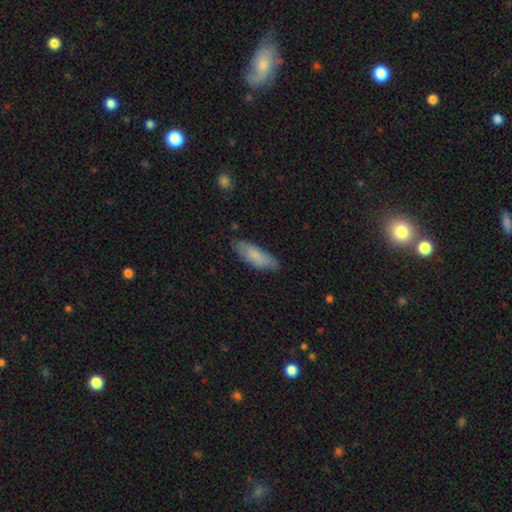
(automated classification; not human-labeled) Smooth or featured?
  - smooth: 78% *
  - featured or disk: 16%
  - star or artifact: 6%
How rounded?
  - in between: 59% *
  - cigar-shaped: 40%
  - round: 2%
Merging?
  - none: 76% *
  - minor disturbance: 19%
  - major disturbance: 3%
  - merger: 2%